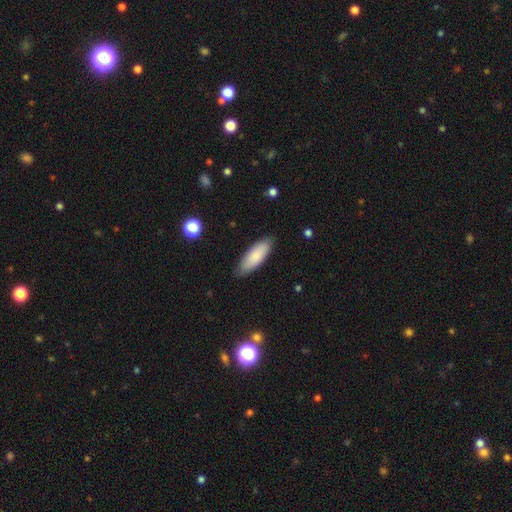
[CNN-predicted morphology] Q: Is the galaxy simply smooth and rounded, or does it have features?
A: smooth — 81%.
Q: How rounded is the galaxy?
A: in between — 65%.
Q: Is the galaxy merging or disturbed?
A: none — 84%.